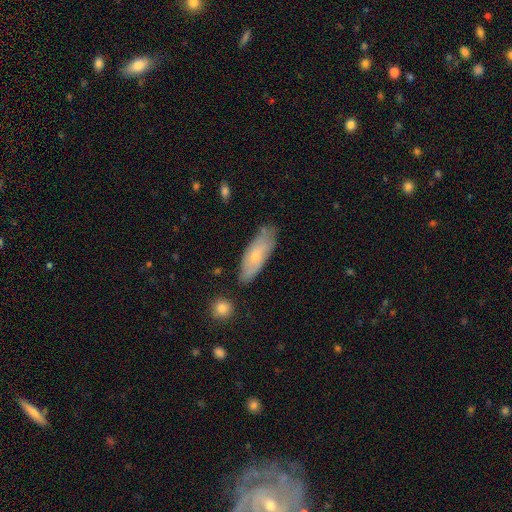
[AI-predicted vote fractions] The model was most divided on "smooth or featured": smooth: 61%, featured or disk: 33%, star or artifact: 6%. More confident: merging — none (70%); how rounded — in between (67%).